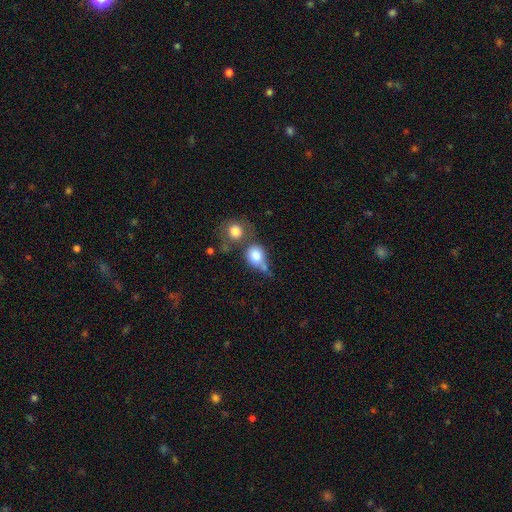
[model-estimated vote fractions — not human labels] Q: Smooth or featured?
A: smooth (77%); runner-up: featured or disk (14%)
Q: How rounded?
A: round (61%); runner-up: in between (37%)
Q: Merging?
A: merger (43%); runner-up: none (29%)